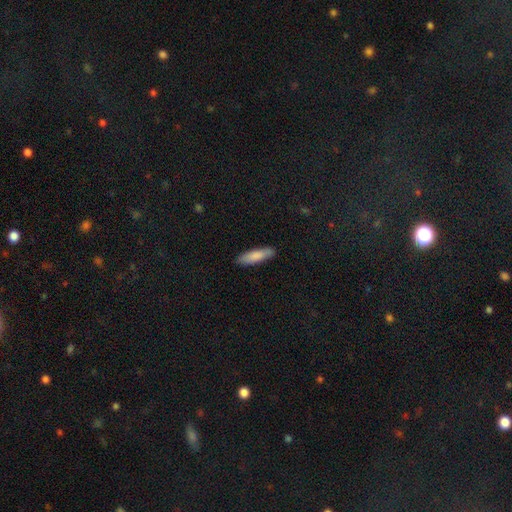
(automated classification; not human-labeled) Smooth or featured?
  - smooth: 83% *
  - featured or disk: 12%
  - star or artifact: 5%
How rounded?
  - cigar-shaped: 64% *
  - in between: 34%
  - round: 1%
Merging?
  - none: 85% *
  - minor disturbance: 12%
  - major disturbance: 2%
  - merger: 1%